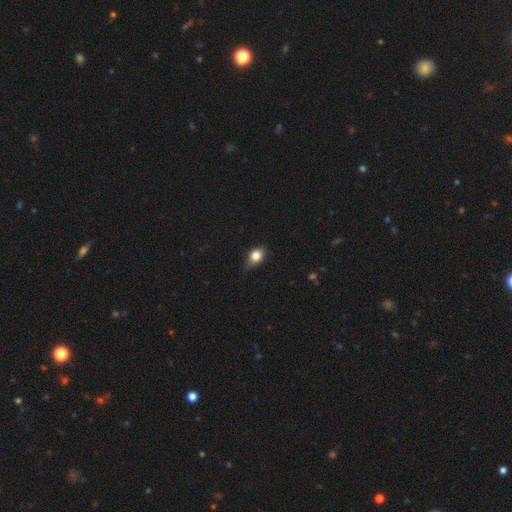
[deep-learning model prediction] This is likely a smooth galaxy (77%). How rounded: likely in between (68%). Merging: likely none (66%).